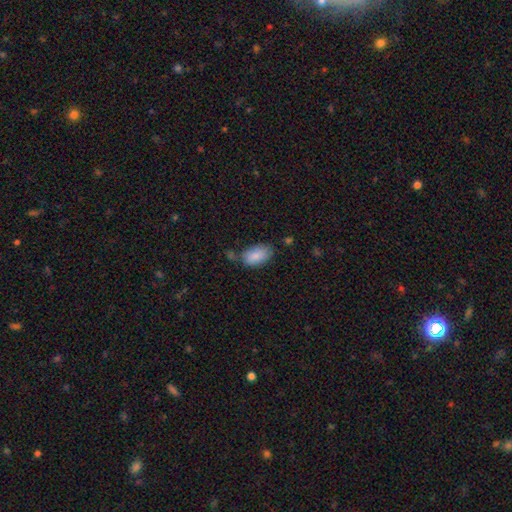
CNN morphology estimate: Smooth or featured? Predicted: smooth (p=0.87). How rounded? Predicted: in between (p=0.94). Merging? Predicted: none (p=0.62).